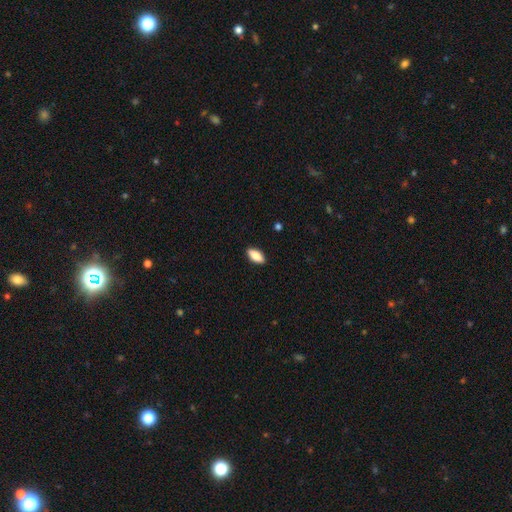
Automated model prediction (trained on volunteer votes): Smooth or featured? Predicted: smooth (p=0.85). How rounded? Predicted: in between (p=0.86). Merging? Predicted: none (p=0.89).